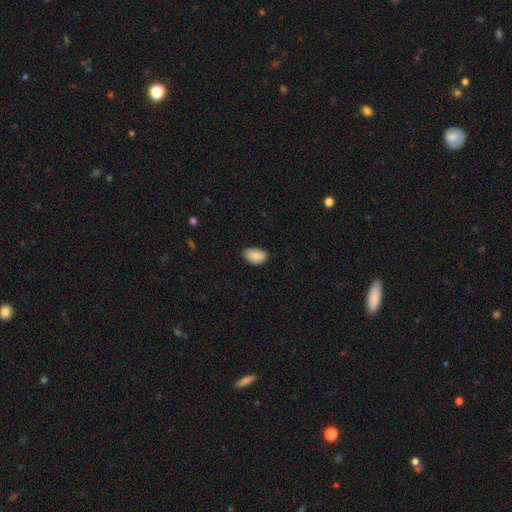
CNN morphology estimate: Q: Smooth or featured?
A: smooth (89%); runner-up: star or artifact (7%)
Q: How rounded?
A: in between (91%); runner-up: round (8%)
Q: Merging?
A: none (77%); runner-up: minor disturbance (19%)